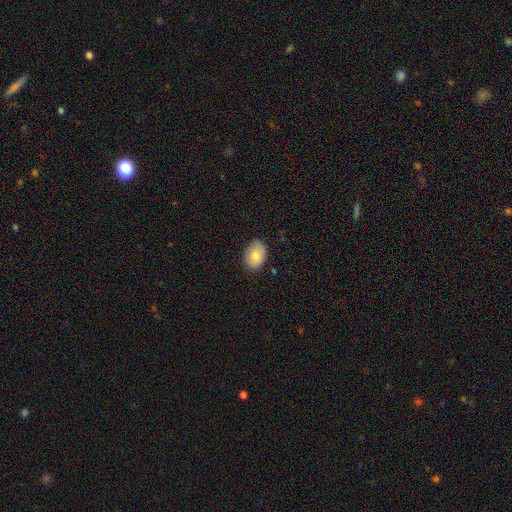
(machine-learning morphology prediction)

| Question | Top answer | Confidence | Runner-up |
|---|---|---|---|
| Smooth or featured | smooth | 82% | featured or disk (11%) |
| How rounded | in between | 80% | round (19%) |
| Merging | none | 81% | minor disturbance (15%) |